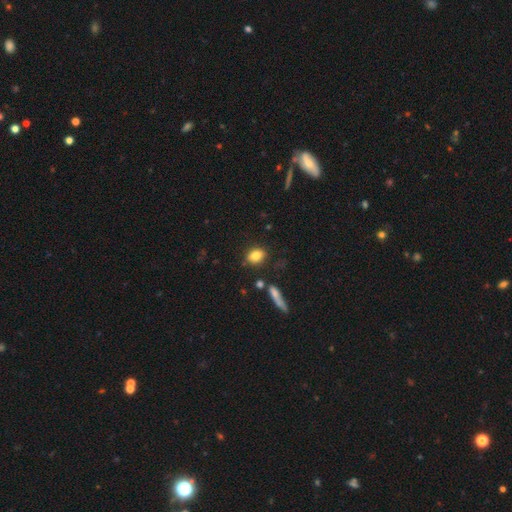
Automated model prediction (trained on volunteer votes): Morphology: type=smooth (81%); roundness=in between (66%); merging=none (79%).